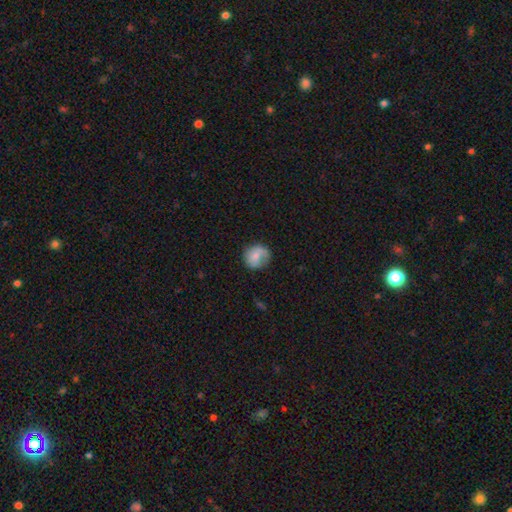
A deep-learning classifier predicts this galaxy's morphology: smooth-or-featured: smooth: 70% | featured or disk: 22% | star or artifact: 8%
  how-rounded: round: 83% | in between: 17% | cigar-shaped: 1%
  merging: none: 63% | minor disturbance: 24% | major disturbance: 11% | merger: 2%